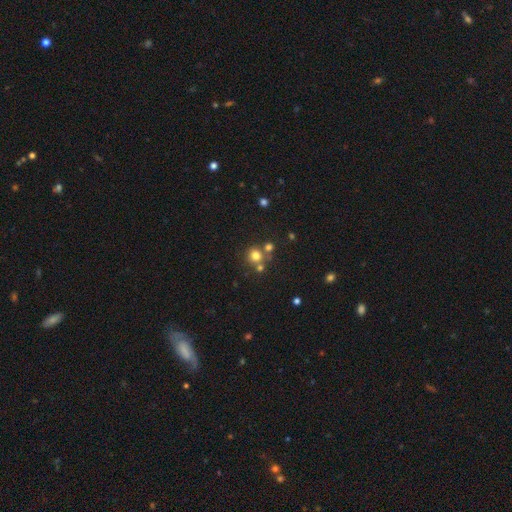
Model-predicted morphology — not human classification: Q: Smooth or featured?
A: smooth (74%); runner-up: star or artifact (17%)
Q: How rounded?
A: round (91%); runner-up: in between (8%)
Q: Merging?
A: none (66%); runner-up: merger (23%)